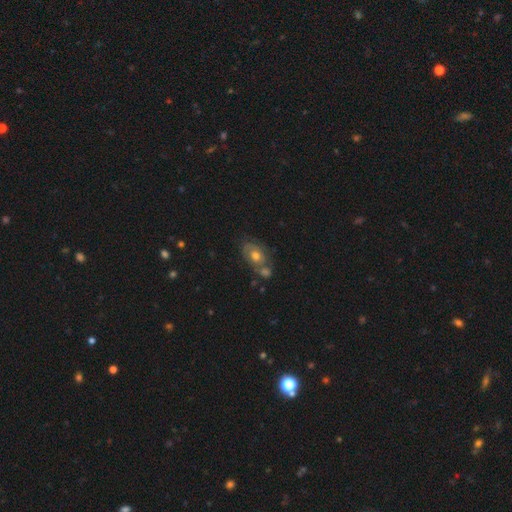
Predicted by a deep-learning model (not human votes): A smooth galaxy with no disk features (50%). Merging: none (46%).